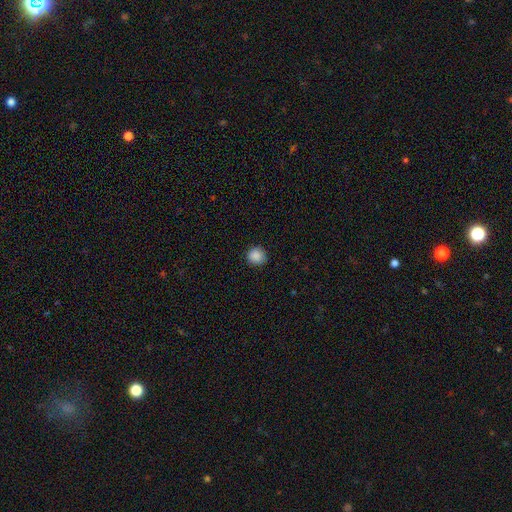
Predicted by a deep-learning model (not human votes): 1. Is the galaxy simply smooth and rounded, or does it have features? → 88% smooth, 9% star or artifact, 3% featured or disk.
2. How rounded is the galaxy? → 92% round, 7% in between, 1% cigar-shaped.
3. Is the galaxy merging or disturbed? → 88% none, 9% minor disturbance, 2% major disturbance, 1% merger.